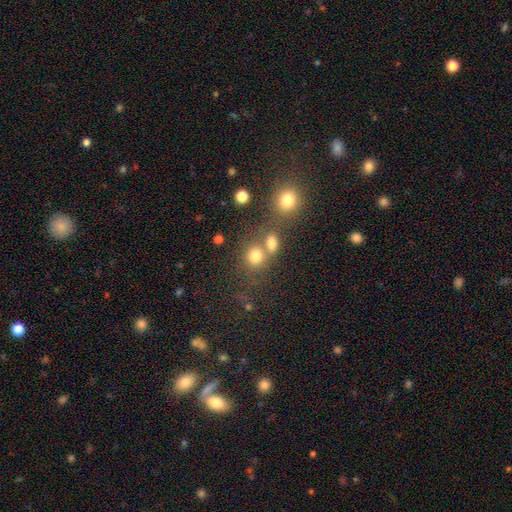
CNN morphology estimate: Smooth or featured? smooth (77%)
How rounded? round (73%)
Merging? none (49%)